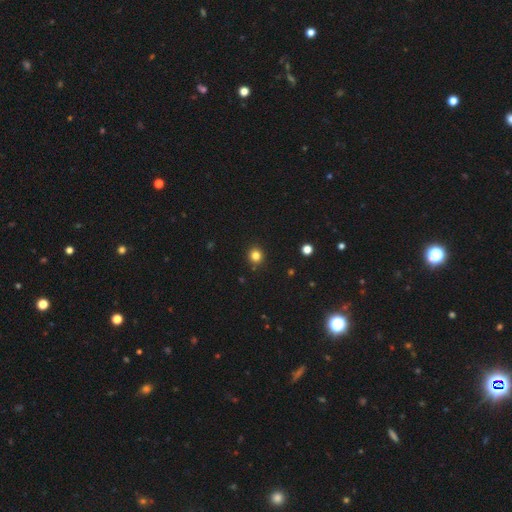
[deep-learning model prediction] smooth_or_featured: smooth (p=0.82) [alt: star or artifact p=0.13]
how_rounded: round (p=0.91) [alt: in between p=0.08]
merging: none (p=0.91) [alt: minor disturbance p=0.06]